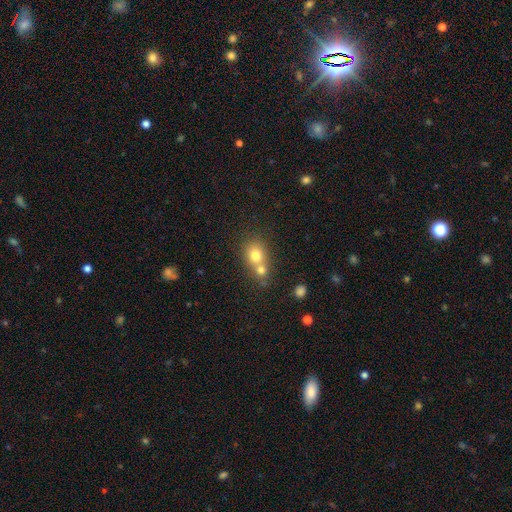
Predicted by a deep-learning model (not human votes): A smooth galaxy with no disk features (74%) that is round (66%).

Vote fractions:
- Smooth or featured? smooth: 74% / featured or disk: 15% / star or artifact: 12%
- How rounded? round: 66% / in between: 33% / cigar-shaped: 1%
- Merging? merger: 59% / none: 32% / minor disturbance: 7% / major disturbance: 3%